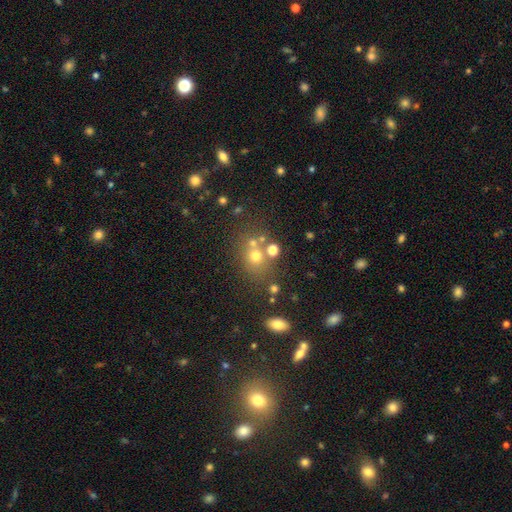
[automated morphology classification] Q: Smooth or featured?
A: smooth (64%); runner-up: star or artifact (21%)
Q: How rounded?
A: round (71%); runner-up: in between (27%)
Q: Merging?
A: none (60%); runner-up: merger (23%)